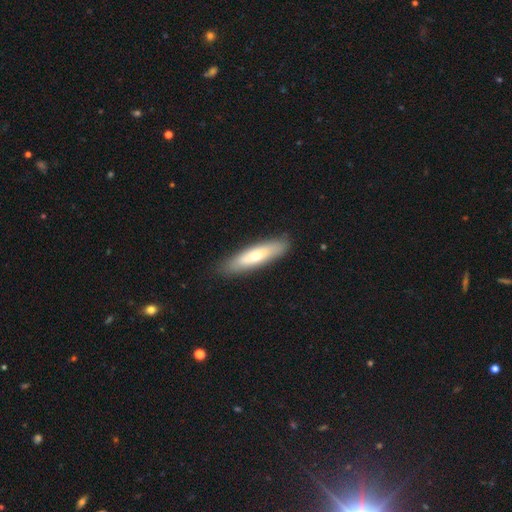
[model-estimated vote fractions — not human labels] Smooth or featured: smooth — 58% (featured or disk — 37%)
How rounded: cigar-shaped — 67% (in between — 31%)
Merging: none — 87% (minor disturbance — 9%)